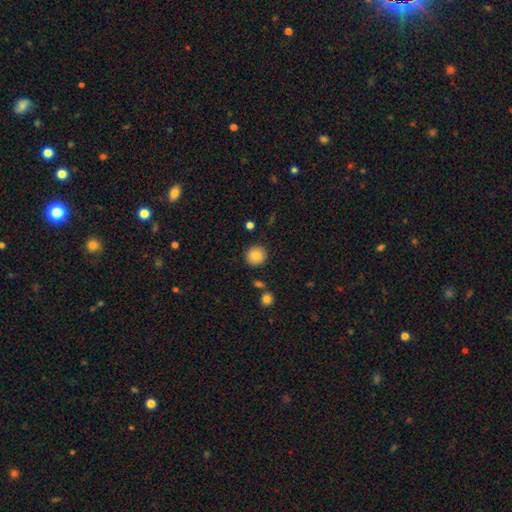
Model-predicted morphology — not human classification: smooth_or_featured: smooth (p=0.84) [alt: star or artifact p=0.09]
how_rounded: round (p=0.91) [alt: in between p=0.08]
merging: none (p=0.89) [alt: minor disturbance p=0.07]